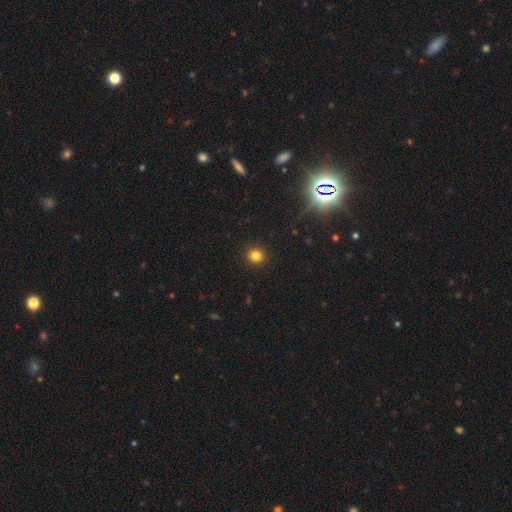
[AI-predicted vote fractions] A smooth galaxy with no disk features (81%) that is round (93%).

Vote fractions:
- Smooth or featured? smooth: 81% / star or artifact: 14% / featured or disk: 5%
- How rounded? round: 93% / in between: 6% / cigar-shaped: 1%
- Merging? none: 93% / minor disturbance: 5% / major disturbance: 2% / merger: 1%